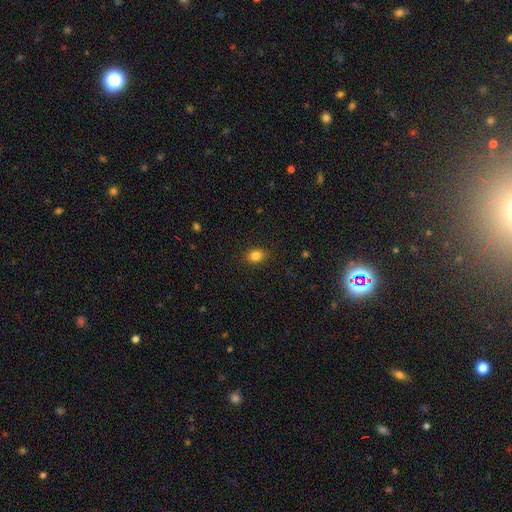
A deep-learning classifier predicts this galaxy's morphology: A smooth galaxy with no disk features (84%) that is in between round and cigar-shaped (58%).

Vote fractions:
- Smooth or featured? smooth: 84% / star or artifact: 11% / featured or disk: 5%
- How rounded? in between: 58% / round: 41% / cigar-shaped: 1%
- Merging? none: 86% / minor disturbance: 11% / major disturbance: 3% / merger: 1%